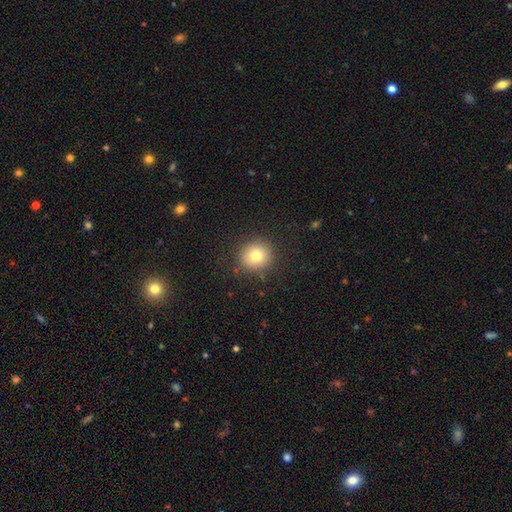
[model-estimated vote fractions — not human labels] Smooth or featured? smooth (78%)
How rounded? round (89%)
Merging? none (88%)